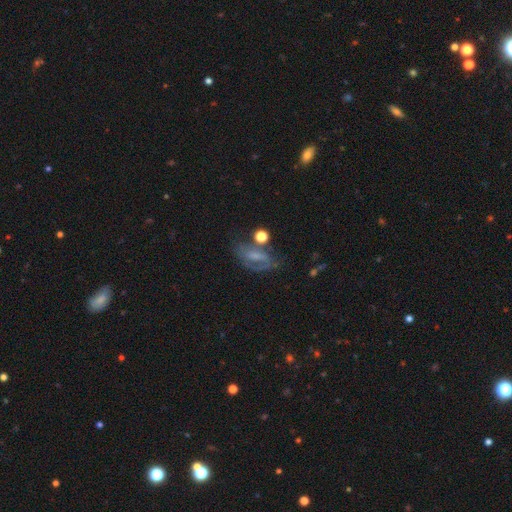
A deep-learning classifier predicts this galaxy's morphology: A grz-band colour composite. It shows a featured or disk galaxy (51%). Merging: none (48%).